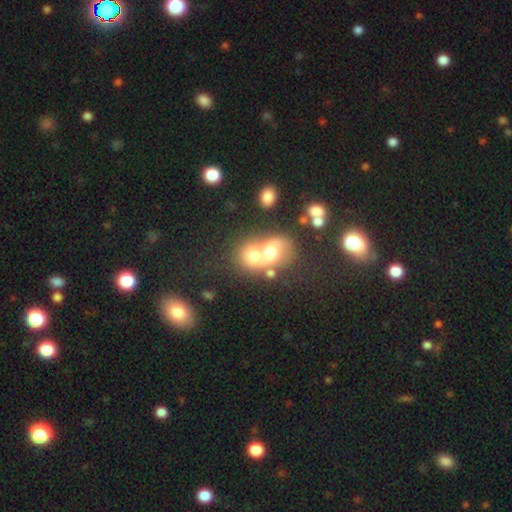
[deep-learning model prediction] Q: Smooth or featured?
A: smooth (57%); runner-up: featured or disk (30%)
Q: How rounded?
A: round (62%); runner-up: in between (37%)
Q: Merging?
A: merger (68%); runner-up: none (20%)